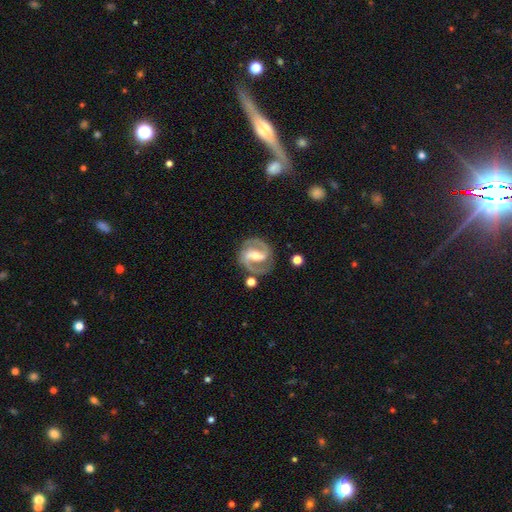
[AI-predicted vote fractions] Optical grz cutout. It shows a featured or disk galaxy (89%) with a strong bar (59%), 2 (92%) medium (55%) spiral arms (96%) and a moderate central bulge (55%). Merging: none (81%).